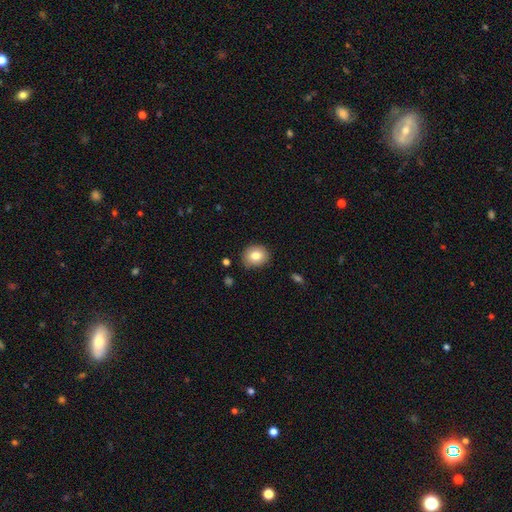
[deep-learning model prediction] A smooth galaxy with no disk features (80%) that is round (67%).

Vote fractions:
- Smooth or featured? smooth: 80% / featured or disk: 11% / star or artifact: 9%
- How rounded? round: 67% / in between: 32% / cigar-shaped: 1%
- Merging? none: 85% / minor disturbance: 11% / major disturbance: 2% / merger: 1%